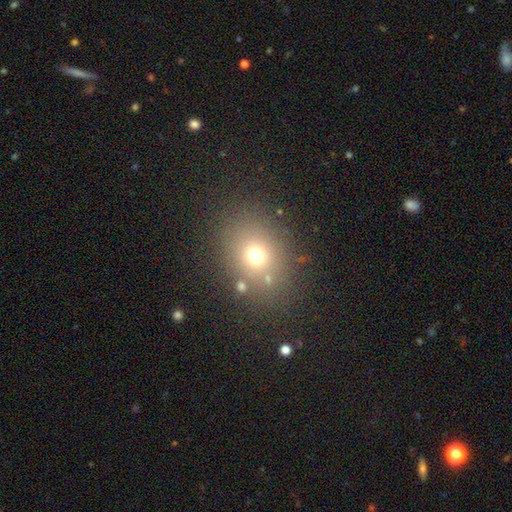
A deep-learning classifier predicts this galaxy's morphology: Smooth or featured? smooth (68%)
How rounded? round (58%)
Merging? none (77%)